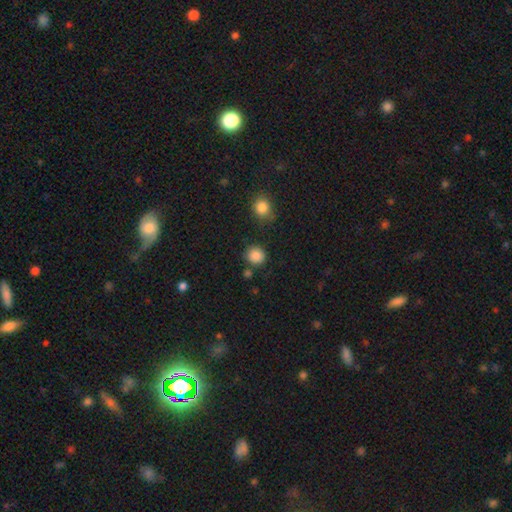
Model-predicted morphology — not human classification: Smooth or featured? smooth (86%)
How rounded? round (87%)
Merging? none (81%)